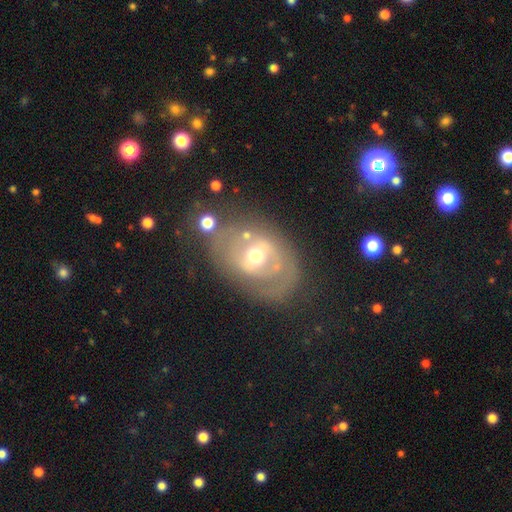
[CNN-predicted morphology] type=featured or disk (70%); edge-on=no (95%); bar=weak (41%); spiral arms=yes (52%); bulge=moderate (66%); merging=none (59%).